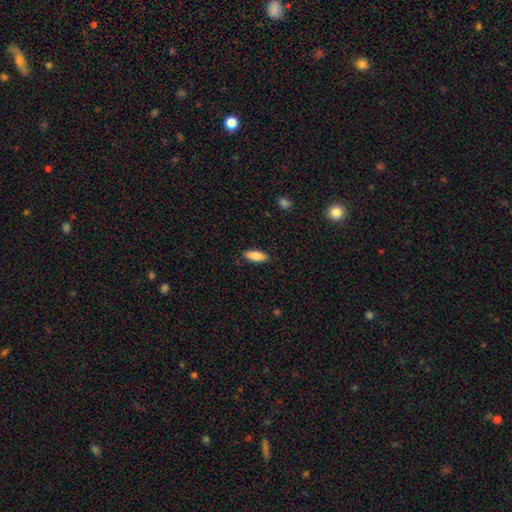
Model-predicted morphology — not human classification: Smooth or featured: smooth — 85% (featured or disk — 9%)
How rounded: in between — 72% (cigar-shaped — 26%)
Merging: none — 87% (minor disturbance — 10%)